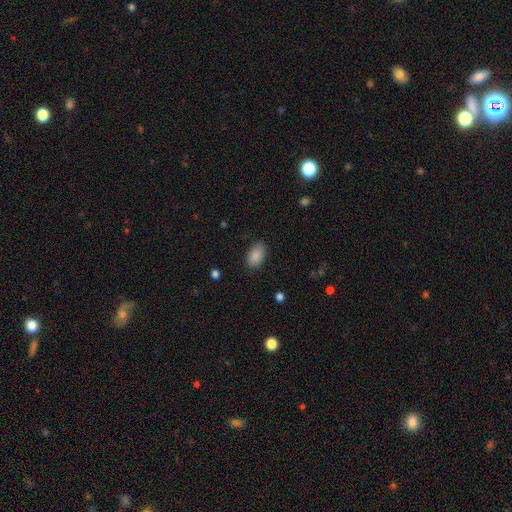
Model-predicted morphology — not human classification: The model was most divided on "merging": none: 87%, minor disturbance: 10%, major disturbance: 3%, merger: 1%. More confident: how rounded — in between (93%); smooth or featured — smooth (88%).